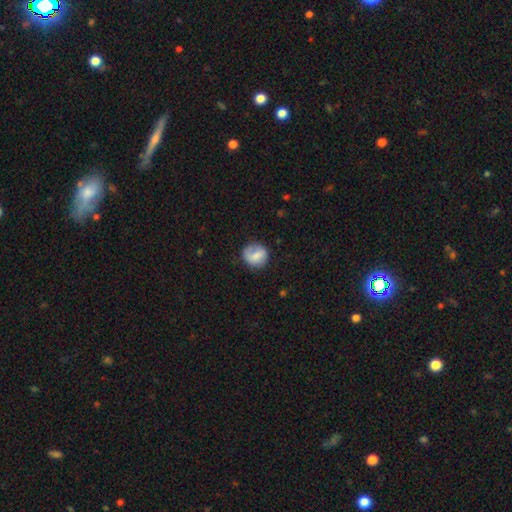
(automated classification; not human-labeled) A smooth galaxy with no disk features (73%) that is round (82%). Merging: none (70%).